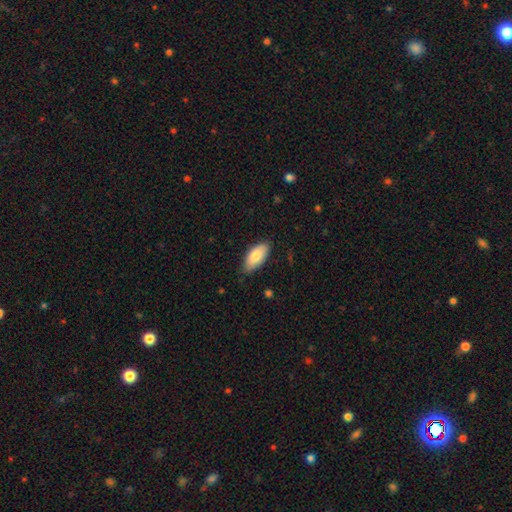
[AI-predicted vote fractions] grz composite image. It shows a smooth galaxy with no disk features (81%) that is in between round and cigar-shaped (92%). Merging: none (79%).